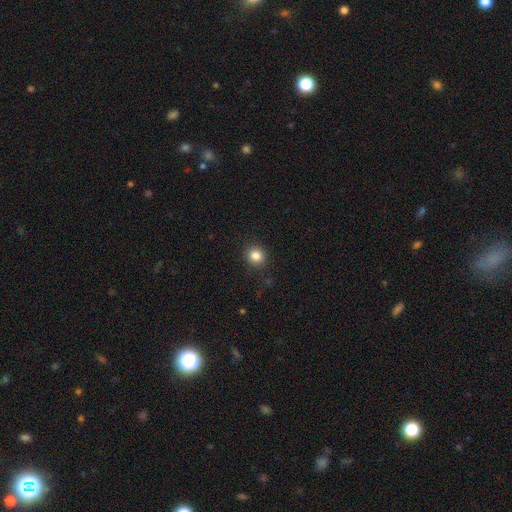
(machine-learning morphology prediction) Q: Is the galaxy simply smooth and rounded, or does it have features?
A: smooth — 84%.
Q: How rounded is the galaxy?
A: round — 82%.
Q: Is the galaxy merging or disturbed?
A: none — 89%.